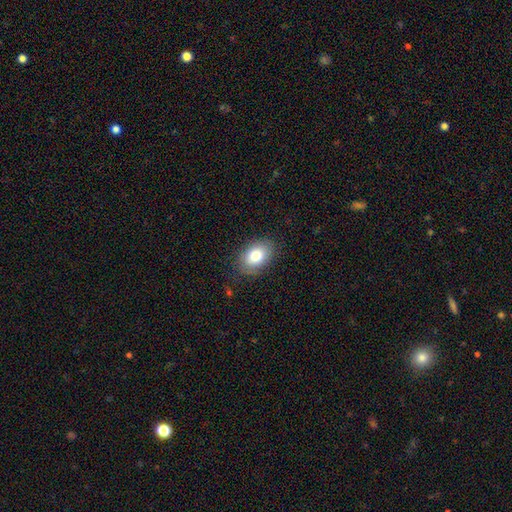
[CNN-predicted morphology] Smooth or featured?
  - smooth: 80% *
  - featured or disk: 12%
  - star or artifact: 8%
How rounded?
  - in between: 84% *
  - round: 14%
  - cigar-shaped: 1%
Merging?
  - none: 83% *
  - minor disturbance: 13%
  - major disturbance: 3%
  - merger: 1%